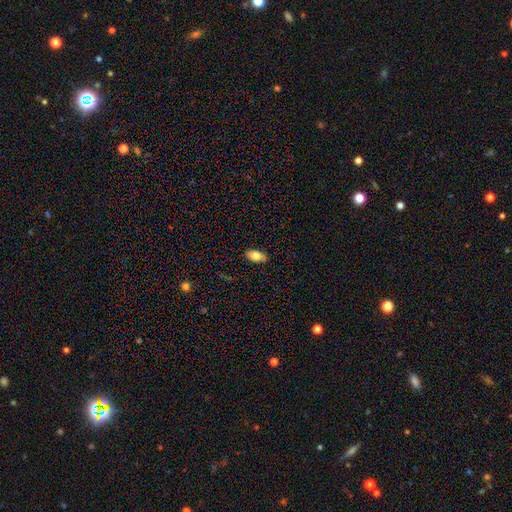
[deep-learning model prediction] Smooth or featured: smooth — 80% (featured or disk — 12%)
How rounded: in between — 92% (cigar-shaped — 4%)
Merging: none — 88% (minor disturbance — 9%)